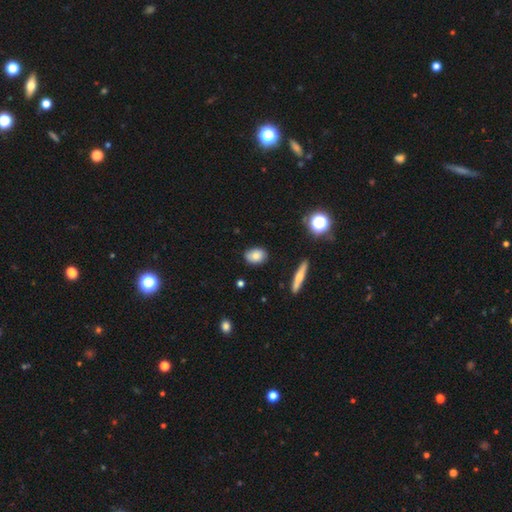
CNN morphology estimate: Smooth or featured?
  - smooth: 77% *
  - featured or disk: 14%
  - star or artifact: 10%
How rounded?
  - in between: 74% *
  - round: 23%
  - cigar-shaped: 3%
Merging?
  - none: 83% *
  - minor disturbance: 13%
  - major disturbance: 3%
  - merger: 2%